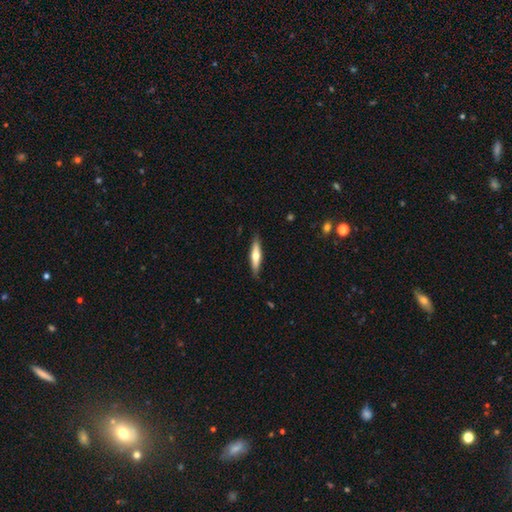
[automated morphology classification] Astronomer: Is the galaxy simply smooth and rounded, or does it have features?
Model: smooth — 52% (runner-up: featured or disk, 43%).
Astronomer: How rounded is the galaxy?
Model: cigar-shaped — 80%.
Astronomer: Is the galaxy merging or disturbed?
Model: none — 86%.